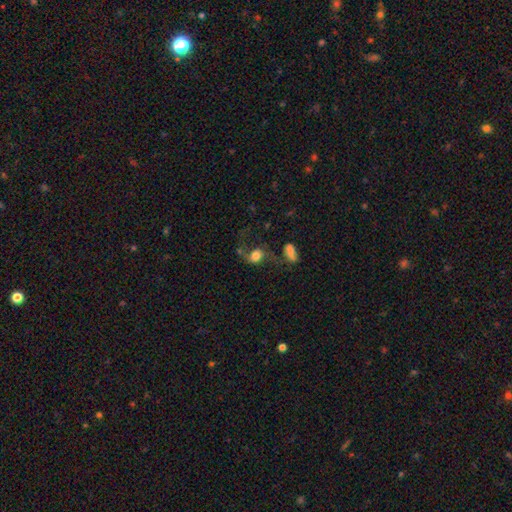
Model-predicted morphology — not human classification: Smooth or featured? smooth (61%)
How rounded? in between (57%)
Merging? none (34%)